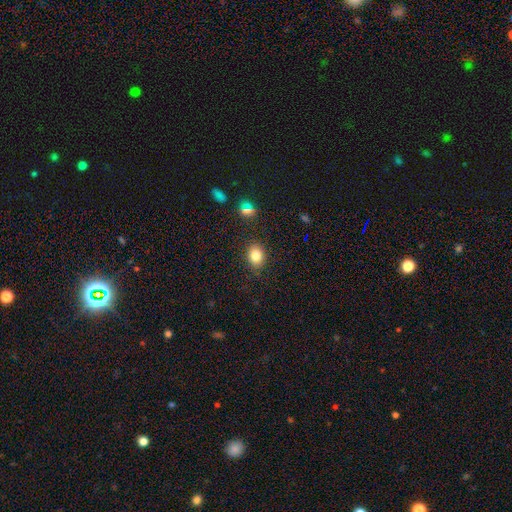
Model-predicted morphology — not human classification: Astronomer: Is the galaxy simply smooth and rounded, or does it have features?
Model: smooth — 82%.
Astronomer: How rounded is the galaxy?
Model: in between — 53% (runner-up: round, 46%).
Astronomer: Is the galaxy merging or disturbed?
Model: none — 87%.